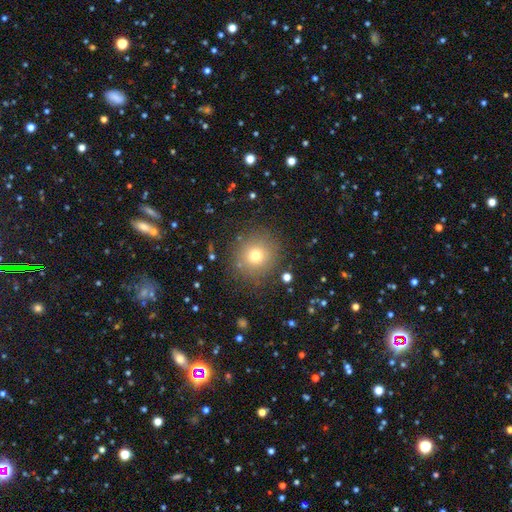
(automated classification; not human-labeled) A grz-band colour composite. It shows a smooth galaxy with no disk features (72%) that is round (91%). Merging: none (85%).